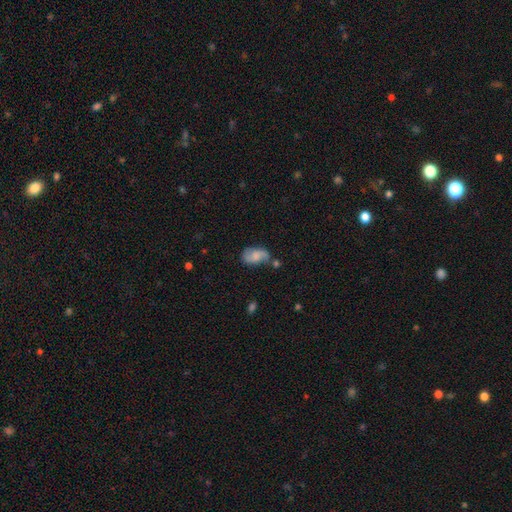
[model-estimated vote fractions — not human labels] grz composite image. It shows a smooth galaxy with no disk features (46%). Merging: none (50%).